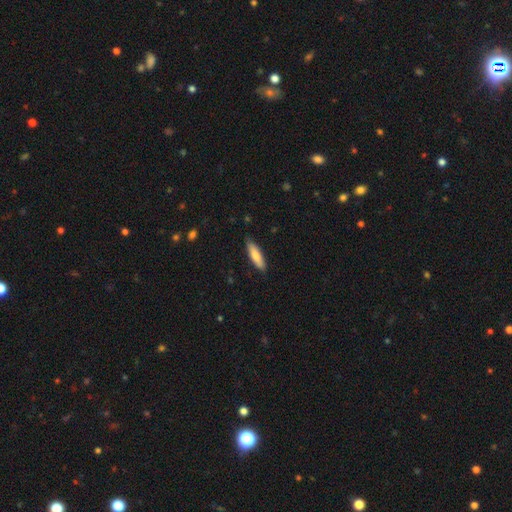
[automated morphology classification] Overall: smooth (76%). How rounded: cigar-shaped (66%; in between 32%). Merging: none (84%).